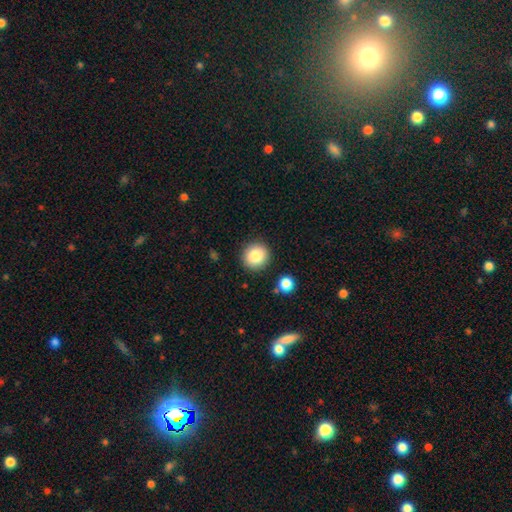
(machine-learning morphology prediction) type=smooth (84%); roundness=round (92%); merging=none (88%).